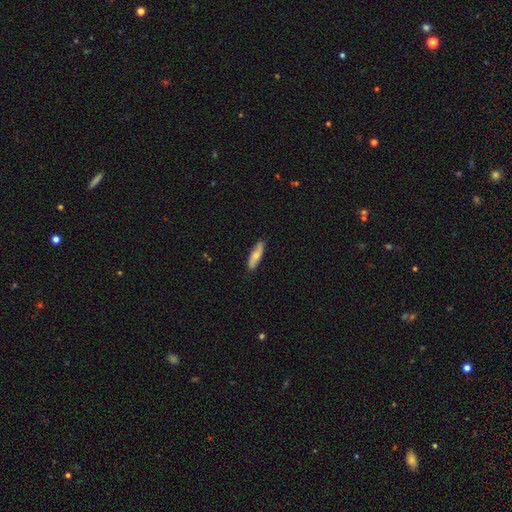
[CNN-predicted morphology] Smooth or featured?
  - smooth: 63% *
  - featured or disk: 31%
  - star or artifact: 6%
How rounded?
  - cigar-shaped: 63% *
  - in between: 35%
  - round: 2%
Merging?
  - none: 86% *
  - minor disturbance: 11%
  - major disturbance: 2%
  - merger: 1%